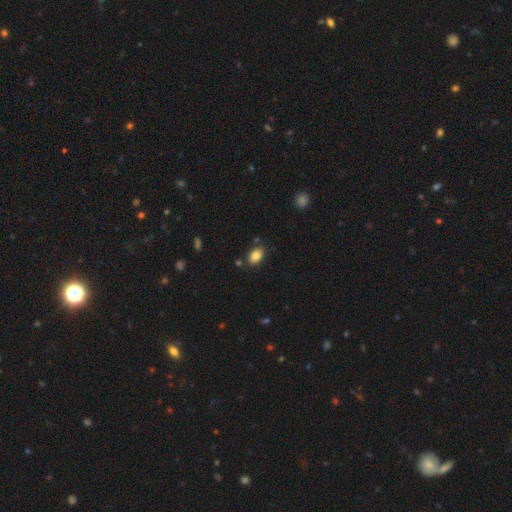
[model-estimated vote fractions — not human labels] Smooth or featured? smooth (85%)
How rounded? in between (87%)
Merging? none (81%)